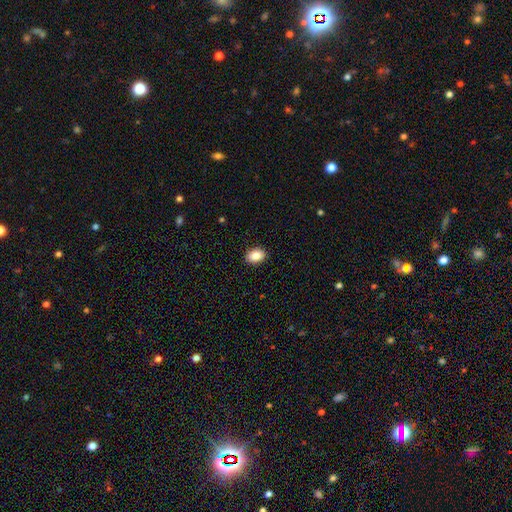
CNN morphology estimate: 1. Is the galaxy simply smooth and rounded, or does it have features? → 86% smooth, 8% star or artifact, 6% featured or disk.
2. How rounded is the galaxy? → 76% in between, 22% round, 1% cigar-shaped.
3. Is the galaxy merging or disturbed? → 90% none, 7% minor disturbance, 2% major disturbance, 1% merger.